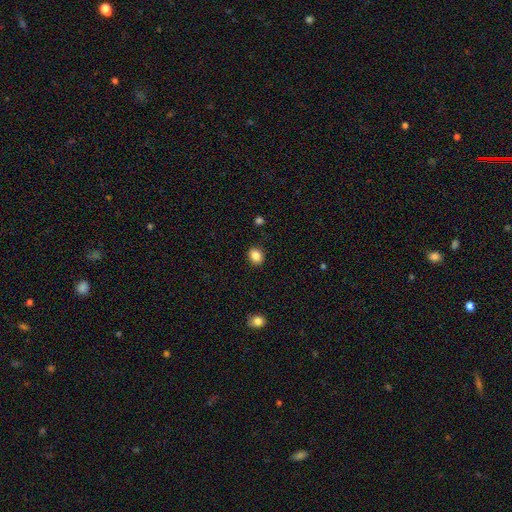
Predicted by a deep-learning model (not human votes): Smooth or featured? Predicted: smooth (p=0.85). How rounded? Predicted: round (p=0.52). Merging? Predicted: none (p=0.88).